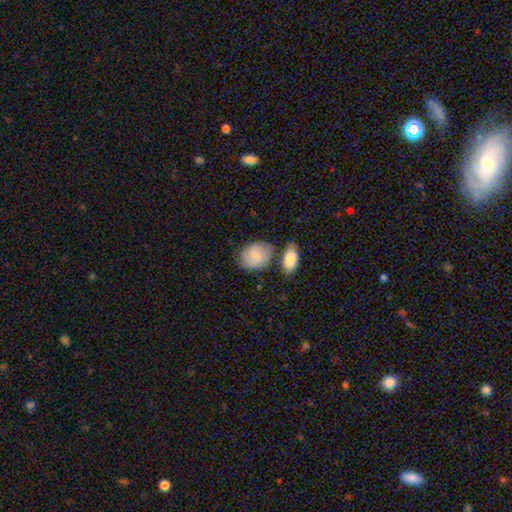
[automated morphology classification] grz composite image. It shows a smooth galaxy with no disk features (74%) that is in between round and cigar-shaped (68%). Merging: none (59%).